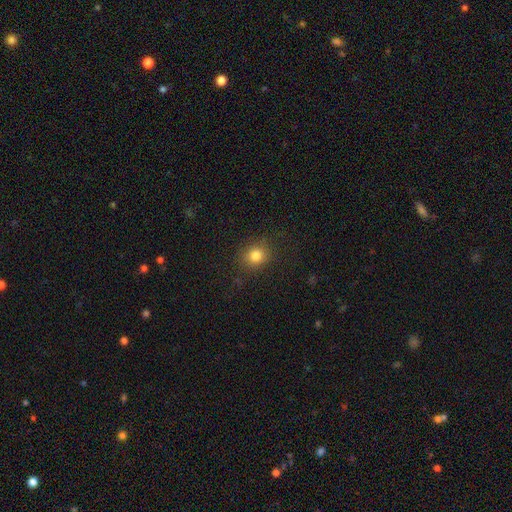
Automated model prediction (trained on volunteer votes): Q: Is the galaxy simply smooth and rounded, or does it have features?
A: smooth — 82%.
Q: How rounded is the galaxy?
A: round — 75%.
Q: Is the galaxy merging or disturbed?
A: none — 86%.